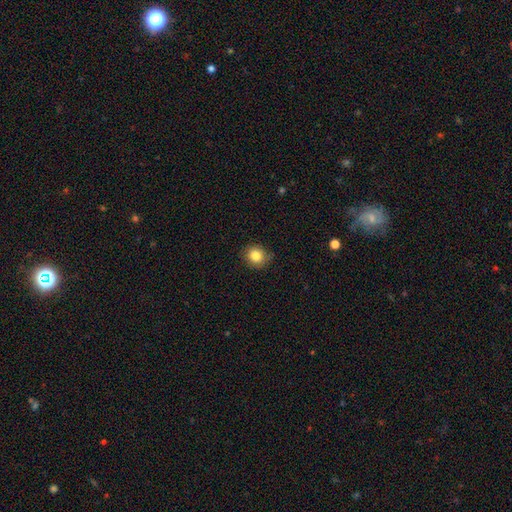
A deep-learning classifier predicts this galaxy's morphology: Q: Smooth or featured?
A: smooth (84%); runner-up: star or artifact (10%)
Q: How rounded?
A: round (80%); runner-up: in between (19%)
Q: Merging?
A: none (82%); runner-up: minor disturbance (14%)